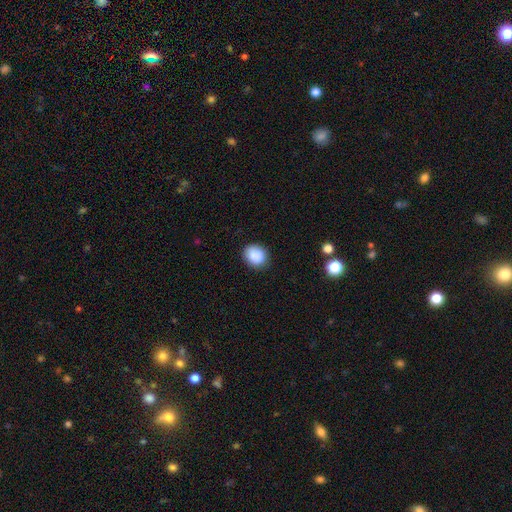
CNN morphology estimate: smooth_or_featured: smooth (p=0.88) [alt: star or artifact p=0.08]
how_rounded: round (p=0.63) [alt: in between p=0.36]
merging: none (p=0.83) [alt: minor disturbance p=0.13]